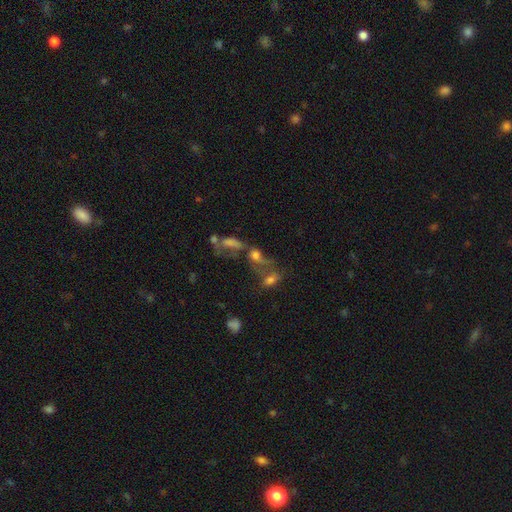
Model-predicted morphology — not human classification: type=smooth (45%); merging=merger (48%).